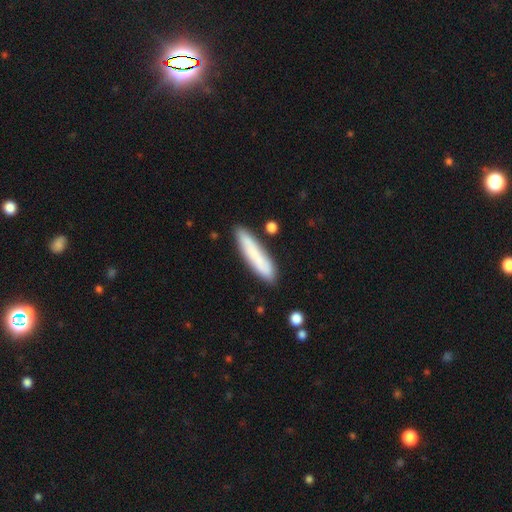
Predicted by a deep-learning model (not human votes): smooth 77%, featured or disk 17%, star or artifact 7%. Down the decision tree: how rounded — cigar-shaped (86%); merging — none (82%).